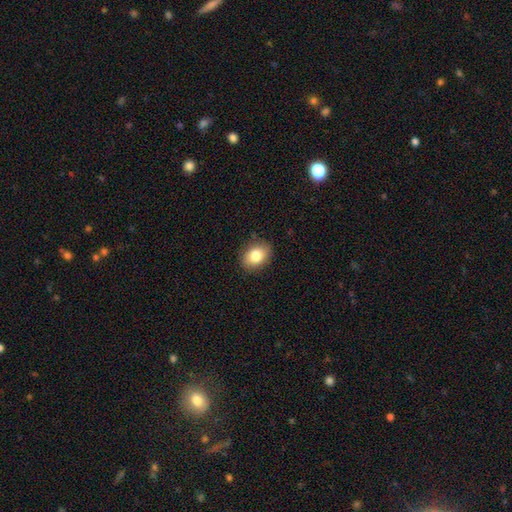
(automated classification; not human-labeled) smooth-or-featured: smooth: 82% | featured or disk: 10% | star or artifact: 9%
  how-rounded: in between: 71% | round: 28% | cigar-shaped: 1%
  merging: none: 87% | minor disturbance: 10% | major disturbance: 2% | merger: 1%